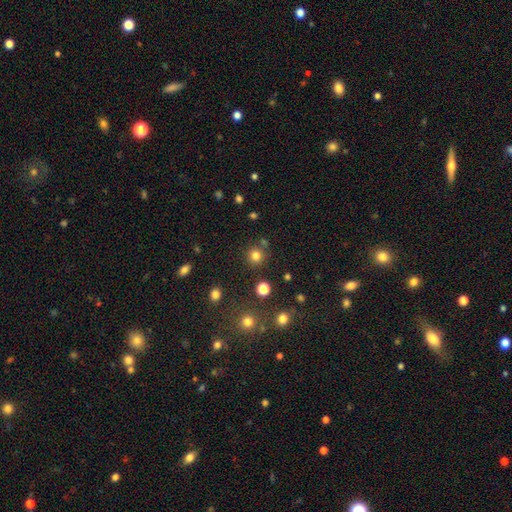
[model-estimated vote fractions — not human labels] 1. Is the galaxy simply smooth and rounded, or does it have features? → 79% smooth, 15% star or artifact, 5% featured or disk.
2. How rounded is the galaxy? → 93% round, 6% in between, 1% cigar-shaped.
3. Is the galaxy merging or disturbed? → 82% none, 8% minor disturbance, 7% merger, 3% major disturbance.